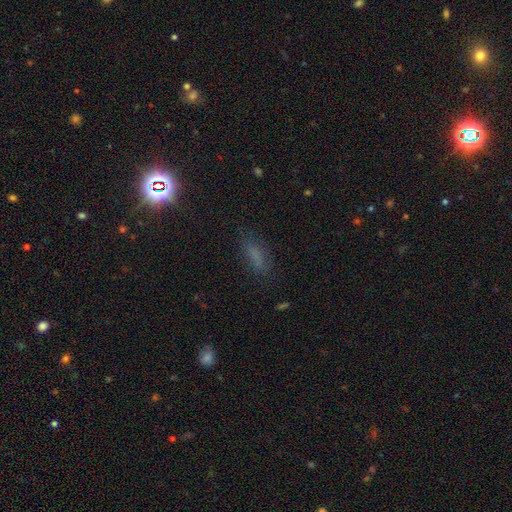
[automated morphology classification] Overall: smooth (61%; star or artifact 24%). How rounded: in between (52%; cigar-shaped 43%). Merging: none (72%).